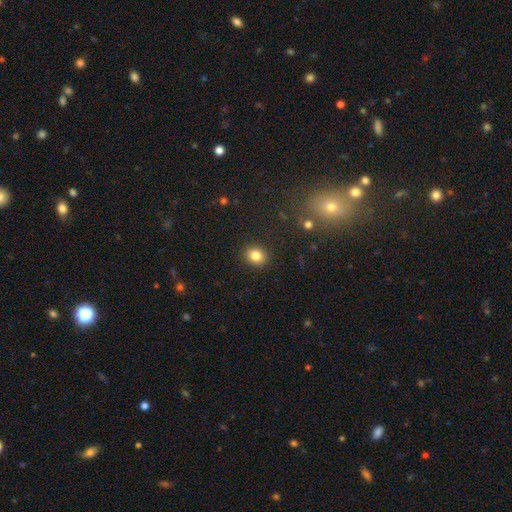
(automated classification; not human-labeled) Morphology: type=smooth (83%); roundness=round (58%); merging=none (89%).